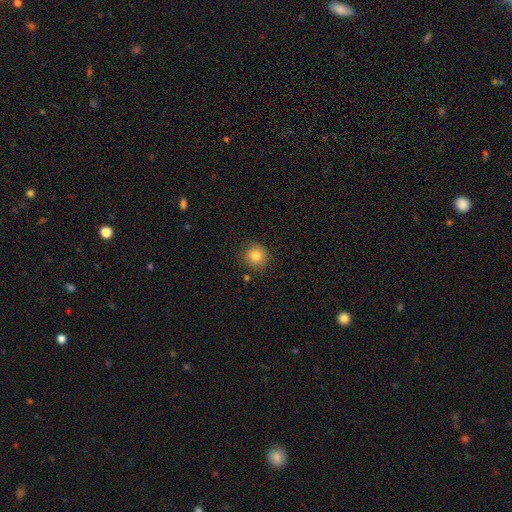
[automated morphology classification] This is clearly a smooth galaxy (83%). How rounded: clearly round (91%). Merging: clearly none (86%).